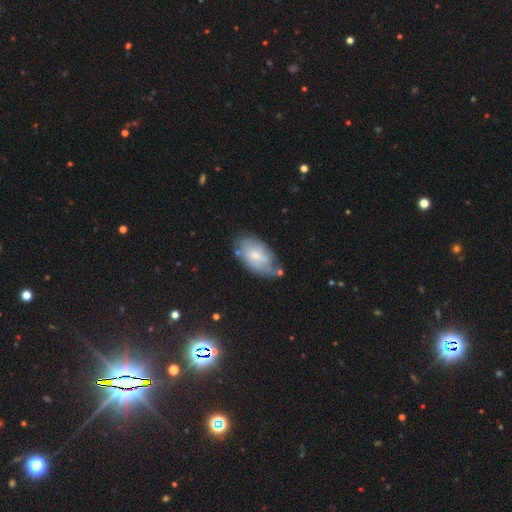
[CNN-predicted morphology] Smooth or featured? featured or disk (50%)
Edge-on disk? no (93%)
Merging? none (54%)